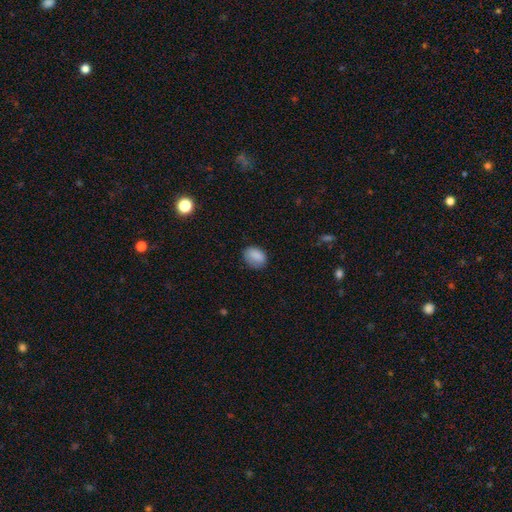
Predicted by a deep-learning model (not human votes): Q: Smooth or featured?
A: smooth (86%); runner-up: star or artifact (9%)
Q: How rounded?
A: in between (70%); runner-up: round (29%)
Q: Merging?
A: none (75%); runner-up: minor disturbance (19%)